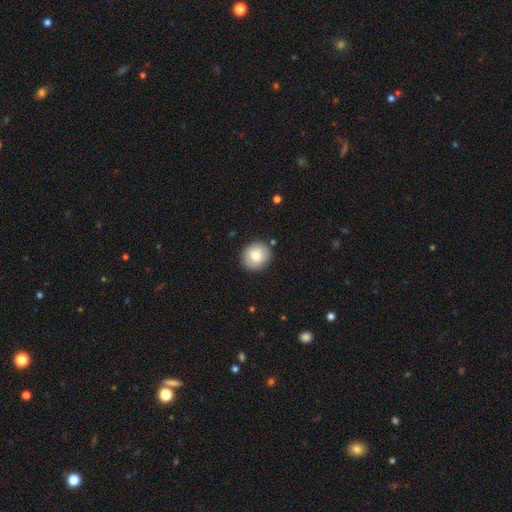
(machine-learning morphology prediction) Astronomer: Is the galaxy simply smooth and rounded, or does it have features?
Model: smooth — 77%.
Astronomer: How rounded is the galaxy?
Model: round — 86%.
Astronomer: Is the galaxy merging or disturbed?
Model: none — 87%.